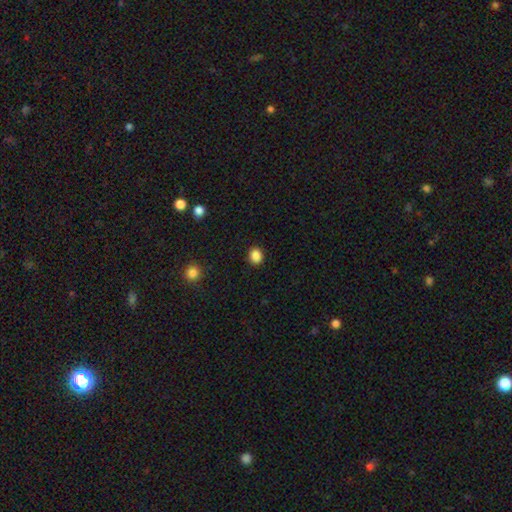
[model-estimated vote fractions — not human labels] Smooth or featured? smooth (87%)
How rounded? round (65%)
Merging? none (90%)